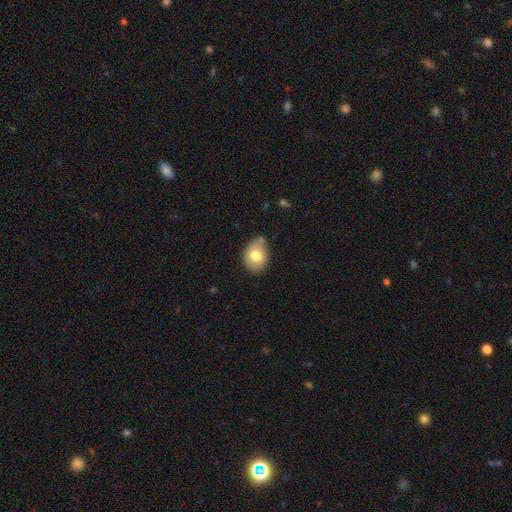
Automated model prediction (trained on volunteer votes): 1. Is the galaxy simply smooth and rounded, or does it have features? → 74% smooth, 18% featured or disk, 8% star or artifact.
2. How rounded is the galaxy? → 69% in between, 30% round, 1% cigar-shaped.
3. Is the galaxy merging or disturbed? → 69% none, 21% minor disturbance, 6% merger, 4% major disturbance.